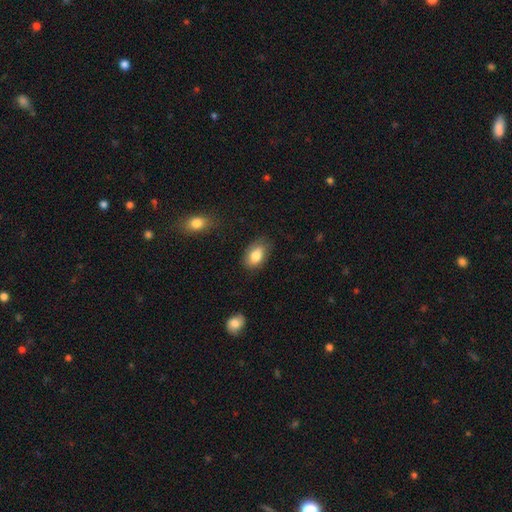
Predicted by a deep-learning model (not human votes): Morphology: type=smooth (82%); roundness=in between (89%); merging=none (73%).